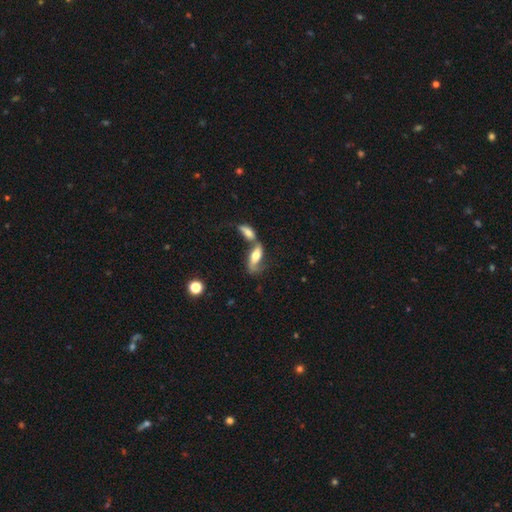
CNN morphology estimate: Smooth or featured? smooth (47%)
Merging? merger (50%)